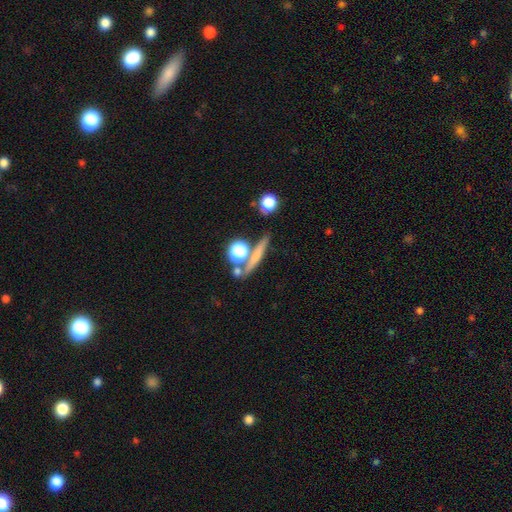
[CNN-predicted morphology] A smooth galaxy with no disk features (55%) that is cigar-shaped (60%).

Vote fractions:
- Smooth or featured? smooth: 55% / featured or disk: 32% / star or artifact: 13%
- How rounded? cigar-shaped: 60% / round: 28% / in between: 12%
- Merging? none: 72% / merger: 13% / minor disturbance: 10% / major disturbance: 4%